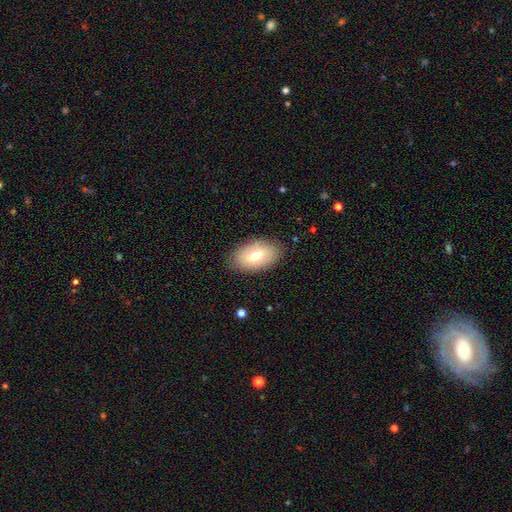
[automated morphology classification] Q: Smooth or featured?
A: smooth (67%); runner-up: featured or disk (26%)
Q: How rounded?
A: in between (91%); runner-up: round (7%)
Q: Merging?
A: none (84%); runner-up: minor disturbance (12%)